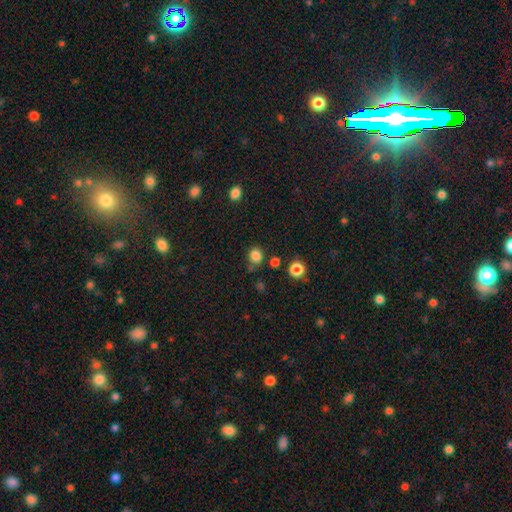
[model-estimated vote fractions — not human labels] Smooth or featured? Predicted: smooth (p=0.83). How rounded? Predicted: round (p=0.77). Merging? Predicted: none (p=0.77).